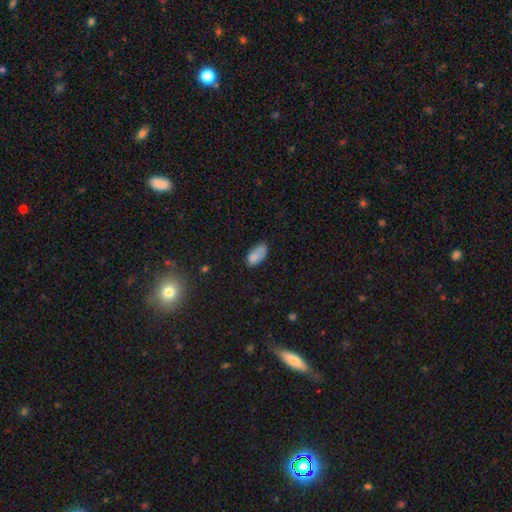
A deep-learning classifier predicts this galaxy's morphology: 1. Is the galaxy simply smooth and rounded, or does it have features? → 83% smooth, 9% star or artifact, 7% featured or disk.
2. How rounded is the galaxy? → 93% in between, 4% round, 3% cigar-shaped.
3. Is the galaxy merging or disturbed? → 56% none, 32% minor disturbance, 9% major disturbance, 3% merger.